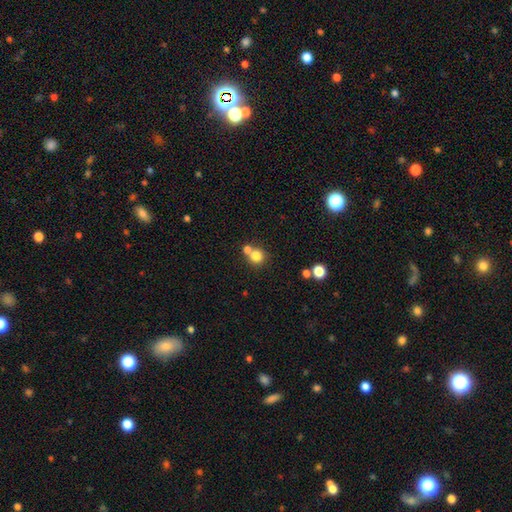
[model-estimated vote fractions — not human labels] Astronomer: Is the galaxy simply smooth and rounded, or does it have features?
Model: smooth — 80%.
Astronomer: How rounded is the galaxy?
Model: round — 90%.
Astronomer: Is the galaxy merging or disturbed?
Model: none — 54% (runner-up: merger, 36%).